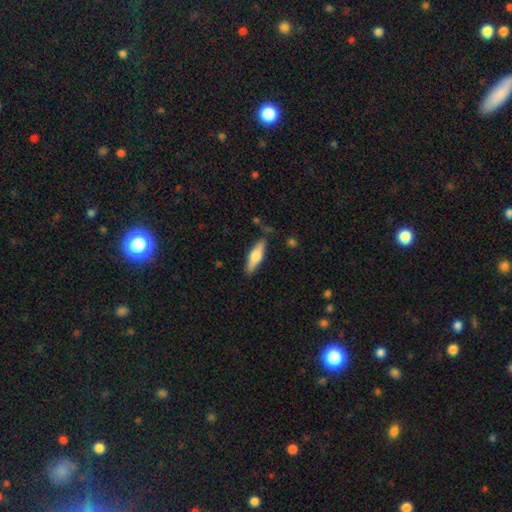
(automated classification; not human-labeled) Morphology: type=smooth (62%); roundness=cigar-shaped (57%); merging=none (82%).